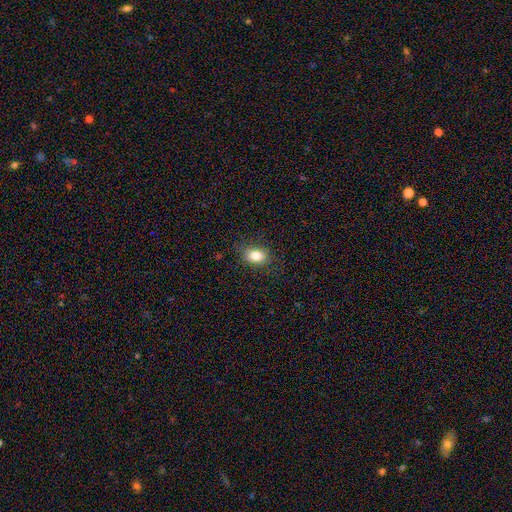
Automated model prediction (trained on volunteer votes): Overall: smooth (83%). How rounded: in between (75%). Merging: none (82%).